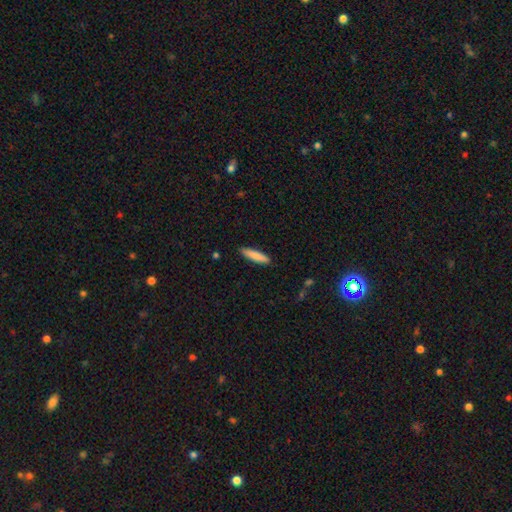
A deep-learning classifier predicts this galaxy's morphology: type=smooth (85%); roundness=cigar-shaped (81%); merging=none (90%).